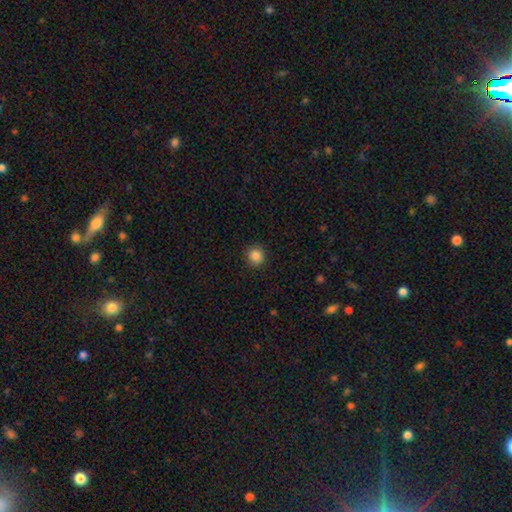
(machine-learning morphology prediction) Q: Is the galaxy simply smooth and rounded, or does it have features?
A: smooth — 87%.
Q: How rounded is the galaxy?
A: round — 91%.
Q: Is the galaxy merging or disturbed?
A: none — 91%.